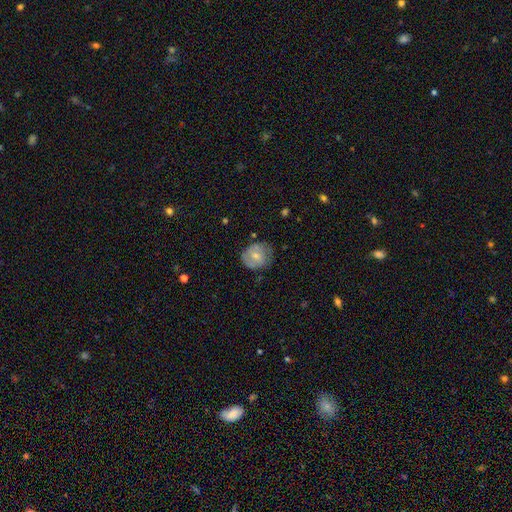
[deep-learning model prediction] smooth-or-featured: smooth: 55% | featured or disk: 38% | star or artifact: 7%
  how-rounded: round: 71% | in between: 28% | cigar-shaped: 1%
  merging: none: 59% | minor disturbance: 29% | major disturbance: 10% | merger: 2%